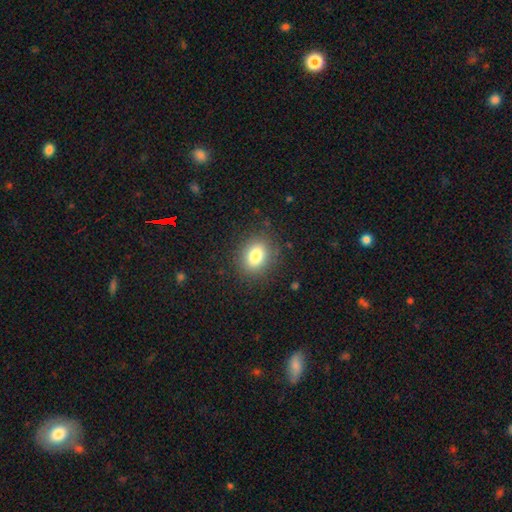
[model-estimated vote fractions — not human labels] A smooth galaxy with no disk features (81%) that is in between round and cigar-shaped (56%). Merging: none (86%).